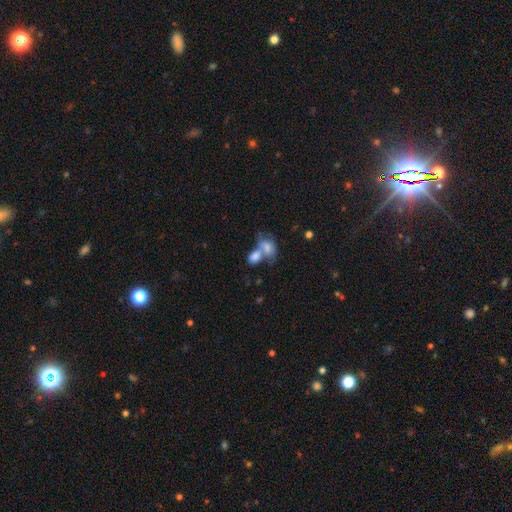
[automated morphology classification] smooth-or-featured: smooth: 74% | featured or disk: 17% | star or artifact: 9%
  how-rounded: in between: 82% | round: 16% | cigar-shaped: 2%
  merging: merger: 67% | none: 19% | minor disturbance: 8% | major disturbance: 7%